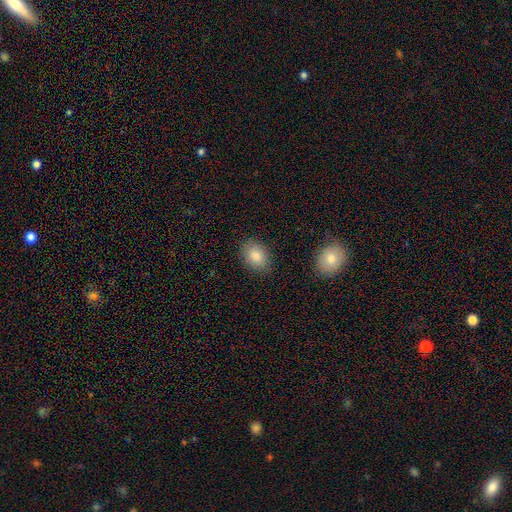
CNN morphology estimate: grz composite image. It shows a smooth galaxy with no disk features (84%) that is in between round and cigar-shaped (74%). Merging: none (85%).